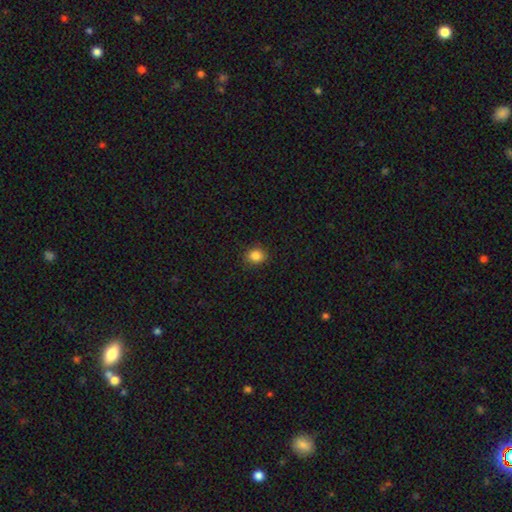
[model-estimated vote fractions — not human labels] This is clearly a smooth galaxy (85%). How rounded: likely round (72%). Merging: clearly none (88%).